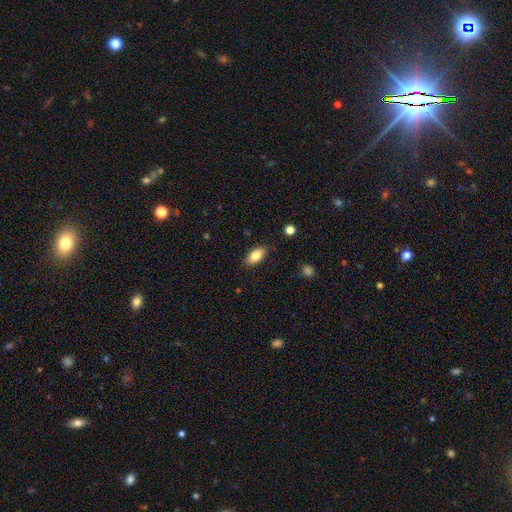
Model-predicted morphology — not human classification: smooth_or_featured: smooth (p=0.83) [alt: featured or disk p=0.09]
how_rounded: in between (p=0.89) [alt: cigar-shaped p=0.07]
merging: none (p=0.86) [alt: minor disturbance p=0.11]